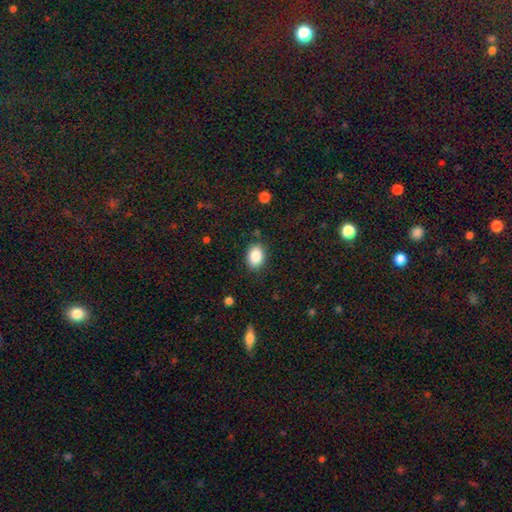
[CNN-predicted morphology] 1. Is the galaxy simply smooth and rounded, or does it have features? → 88% smooth, 8% star or artifact, 4% featured or disk.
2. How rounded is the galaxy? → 76% in between, 23% round, 1% cigar-shaped.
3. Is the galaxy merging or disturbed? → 85% none, 11% minor disturbance, 3% major disturbance, 1% merger.